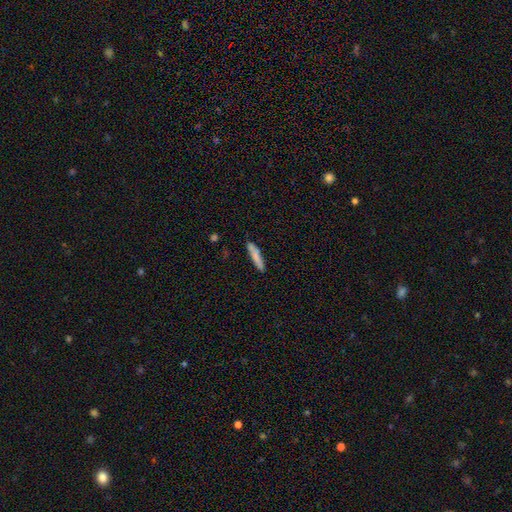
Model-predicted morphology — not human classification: A smooth galaxy with no disk features (78%) that is cigar-shaped (89%). Merging: none (78%).